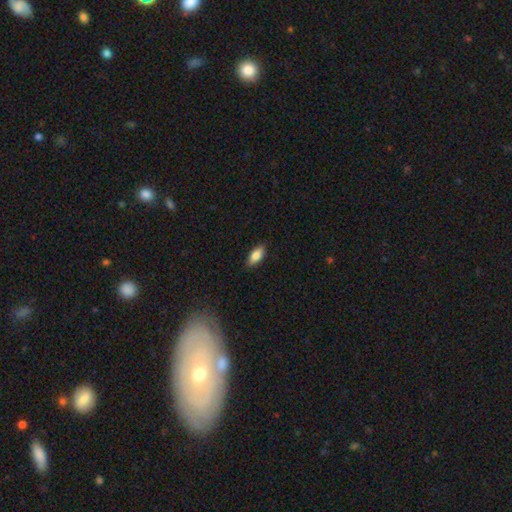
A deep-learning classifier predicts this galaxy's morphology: Overall: smooth (83%). How rounded: in between (85%). Merging: none (87%).